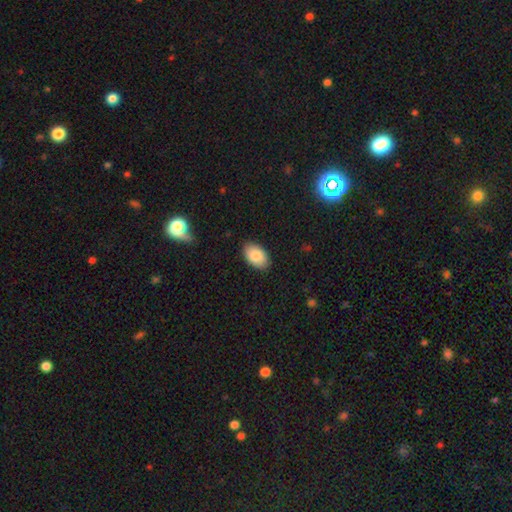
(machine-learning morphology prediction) Smooth or featured? Predicted: smooth (p=0.87). How rounded? Predicted: in between (p=0.93). Merging? Predicted: none (p=0.87).